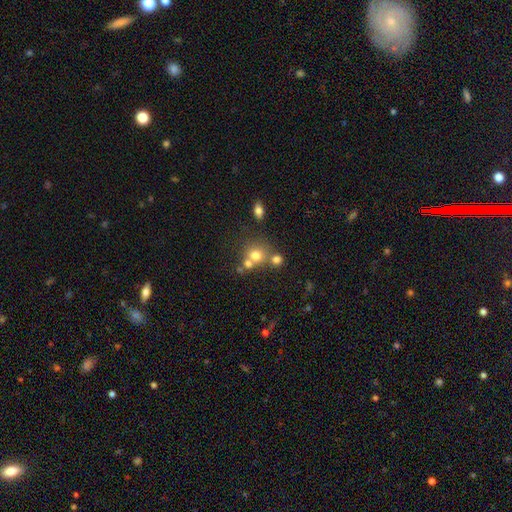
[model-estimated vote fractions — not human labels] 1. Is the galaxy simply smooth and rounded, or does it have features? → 70% smooth, 16% star or artifact, 14% featured or disk.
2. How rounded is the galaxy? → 81% round, 18% in between, 1% cigar-shaped.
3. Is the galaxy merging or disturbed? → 48% none, 38% merger, 9% minor disturbance, 5% major disturbance.